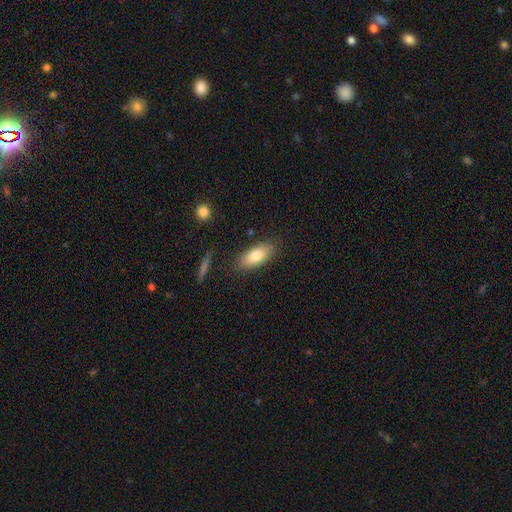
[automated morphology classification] type=smooth (79%); roundness=in between (83%); merging=none (83%).